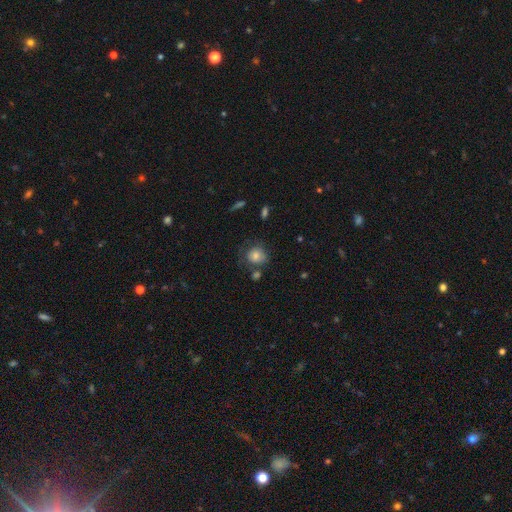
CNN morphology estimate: Smooth or featured: smooth — 75% (featured or disk — 15%)
How rounded: round — 80% (in between — 19%)
Merging: none — 58% (minor disturbance — 22%)